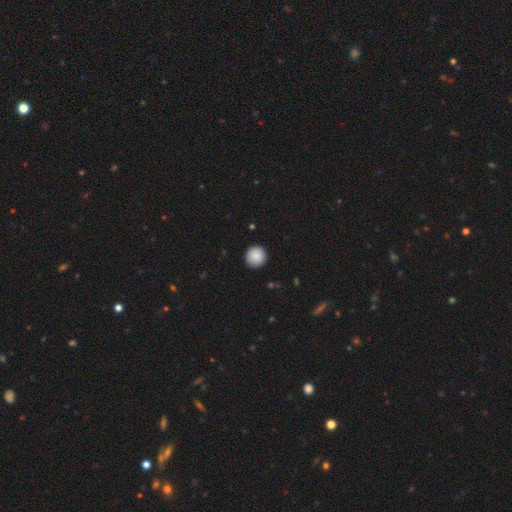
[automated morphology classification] Smooth or featured?
  - smooth: 89% *
  - star or artifact: 7%
  - featured or disk: 3%
How rounded?
  - round: 96% *
  - in between: 3%
  - cigar-shaped: 1%
Merging?
  - none: 92% *
  - minor disturbance: 5%
  - major disturbance: 1%
  - merger: 1%